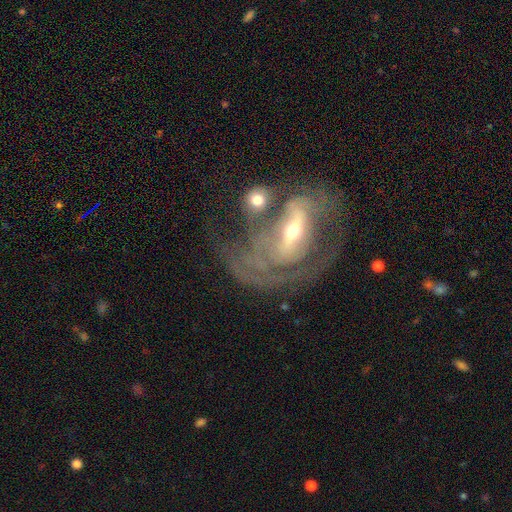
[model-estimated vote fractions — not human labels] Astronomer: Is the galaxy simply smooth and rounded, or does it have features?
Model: featured or disk — 79%.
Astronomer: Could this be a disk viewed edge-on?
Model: no — 91%.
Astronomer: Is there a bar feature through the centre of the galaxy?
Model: strong — 38% (runner-up: weak, 34%).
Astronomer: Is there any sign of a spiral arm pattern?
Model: yes — 70%.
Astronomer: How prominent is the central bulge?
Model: moderate — 50% (runner-up: small, 43%).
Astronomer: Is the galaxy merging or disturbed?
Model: major disturbance — 33% (runner-up: none, 26%).